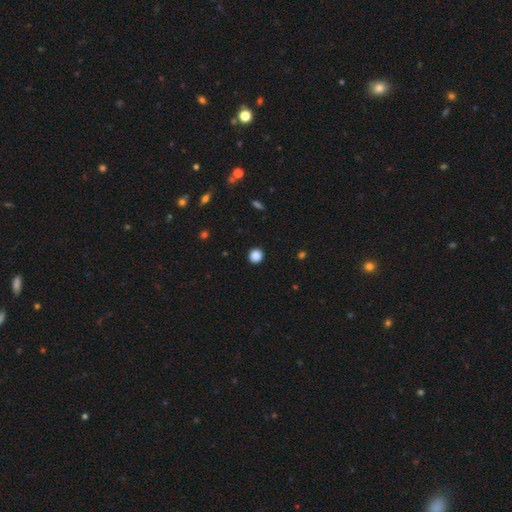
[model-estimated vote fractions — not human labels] This is clearly a smooth galaxy (88%). How rounded: clearly round (91%). Merging: clearly none (92%).